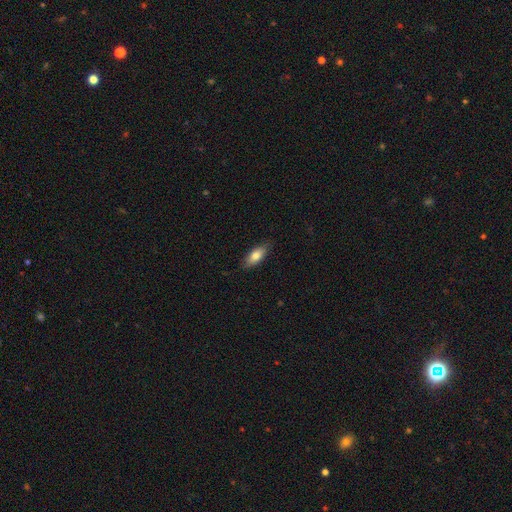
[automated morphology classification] smooth_or_featured: smooth (p=0.76) [alt: featured or disk p=0.17]
how_rounded: in between (p=0.79) [alt: cigar-shaped p=0.18]
merging: none (p=0.84) [alt: minor disturbance p=0.13]